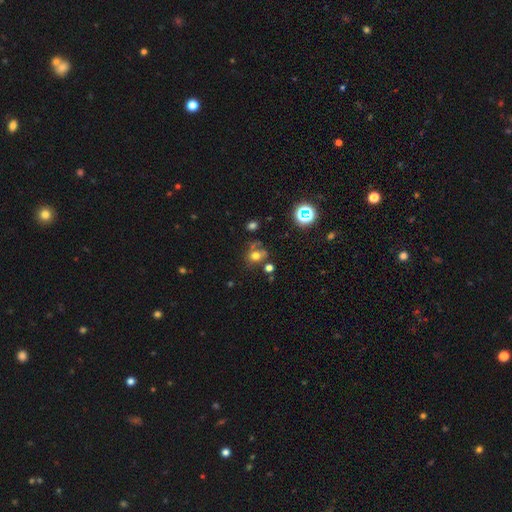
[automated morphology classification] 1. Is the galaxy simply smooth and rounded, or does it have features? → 63% smooth, 21% star or artifact, 16% featured or disk.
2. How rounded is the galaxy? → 66% round, 32% in between, 1% cigar-shaped.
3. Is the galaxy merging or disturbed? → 51% none, 19% minor disturbance, 17% merger, 12% major disturbance.